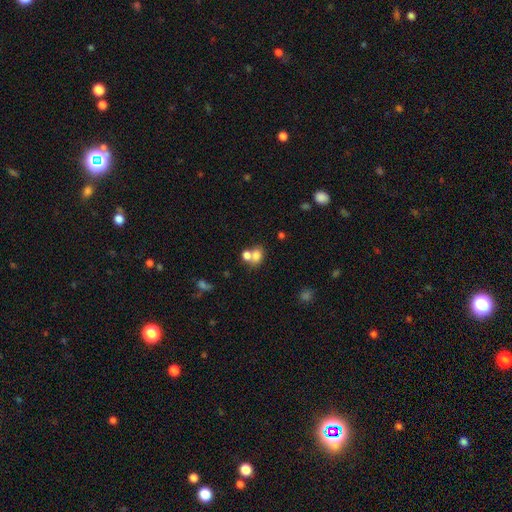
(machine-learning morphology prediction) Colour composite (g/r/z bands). It shows a smooth galaxy with no disk features (75%) that is in between round and cigar-shaped (57%). Merging: merger (51%).